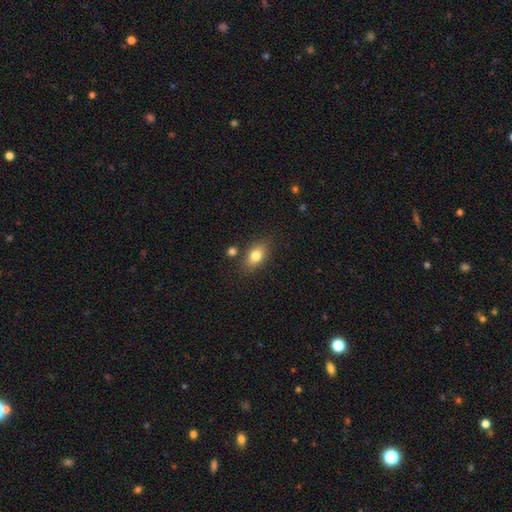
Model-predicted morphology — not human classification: smooth 79%, featured or disk 12%, star or artifact 9%. Down the decision tree: how rounded — in between (81%); merging — none (78%).